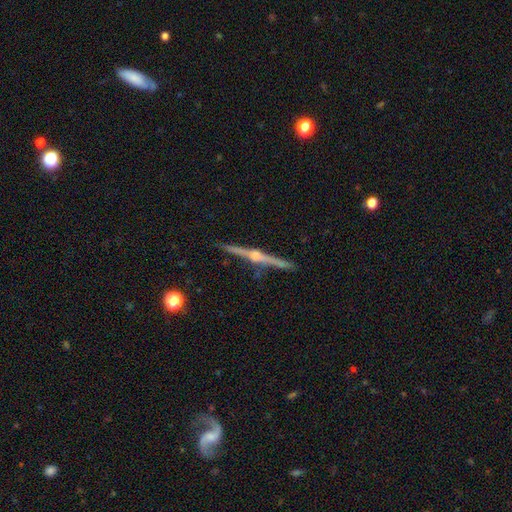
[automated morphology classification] This is clearly a featured or disk galaxy (88%). It is clearly viewed edge-on (99%). Edge-on bulge: clearly rounded (90%). Merging: clearly none (91%).